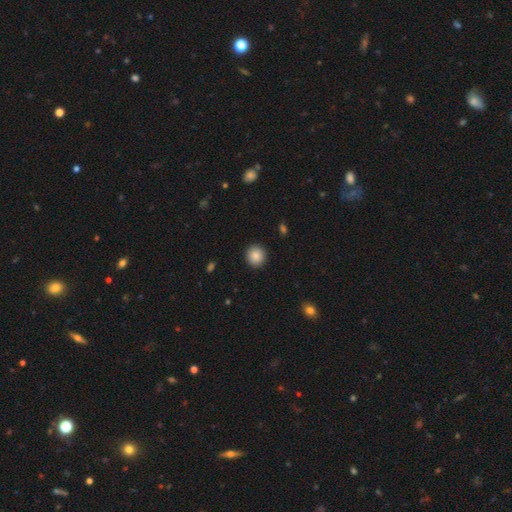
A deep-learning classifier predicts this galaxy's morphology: Smooth or featured? Predicted: smooth (p=0.88). How rounded? Predicted: round (p=0.90). Merging? Predicted: none (p=0.92).